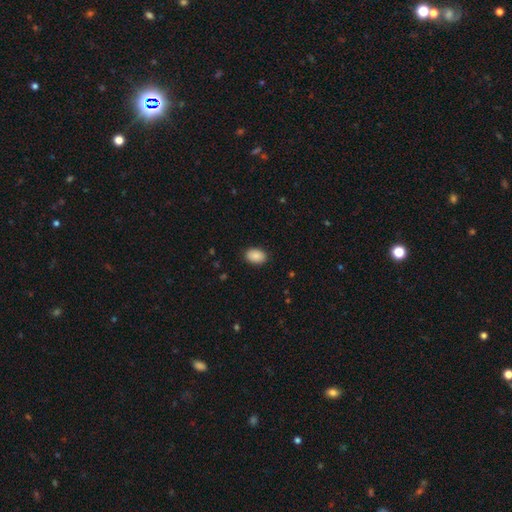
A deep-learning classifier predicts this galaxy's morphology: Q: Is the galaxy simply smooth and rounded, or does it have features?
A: smooth — 89%.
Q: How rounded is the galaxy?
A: in between — 83%.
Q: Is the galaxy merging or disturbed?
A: none — 89%.